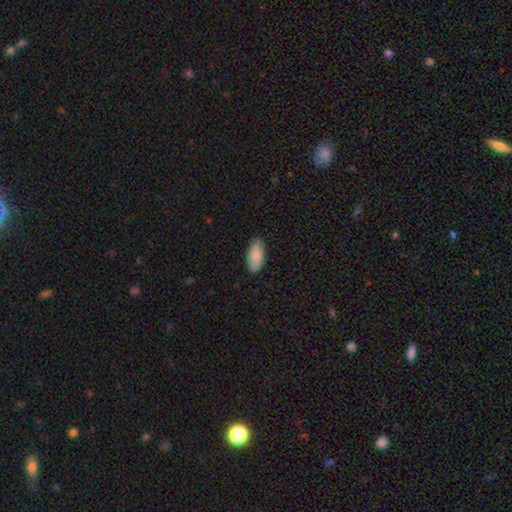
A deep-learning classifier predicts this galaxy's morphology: Smooth or featured? smooth (86%)
How rounded? in between (91%)
Merging? none (85%)